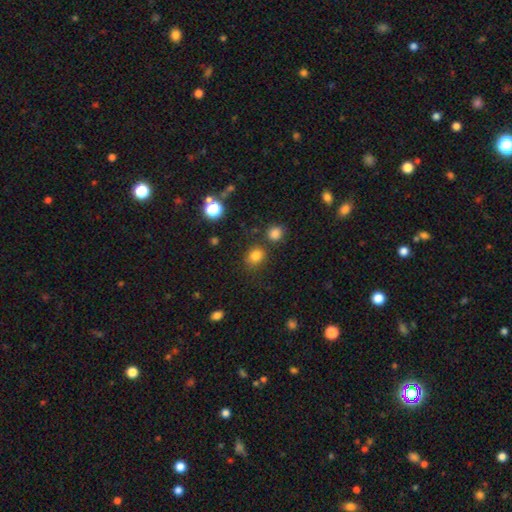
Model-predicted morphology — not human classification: Smooth or featured: smooth — 80% (star or artifact — 14%)
How rounded: round — 66% (in between — 33%)
Merging: none — 76% (minor disturbance — 12%)